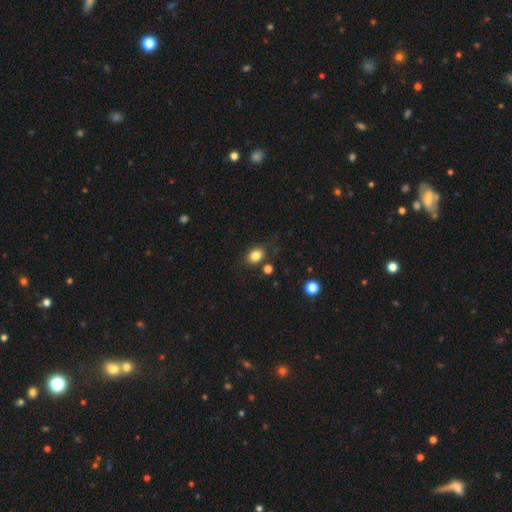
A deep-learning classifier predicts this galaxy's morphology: A smooth galaxy with no disk features (83%) that is in between round and cigar-shaped (62%). Merging: none (75%).